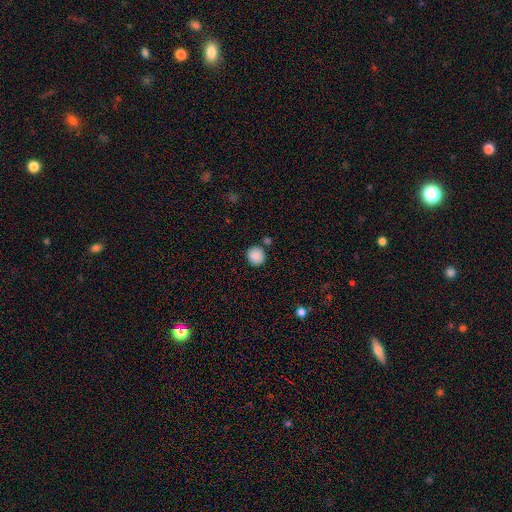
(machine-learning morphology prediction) Q: Smooth or featured?
A: smooth (89%); runner-up: star or artifact (8%)
Q: How rounded?
A: round (91%); runner-up: in between (8%)
Q: Merging?
A: none (84%); runner-up: minor disturbance (8%)